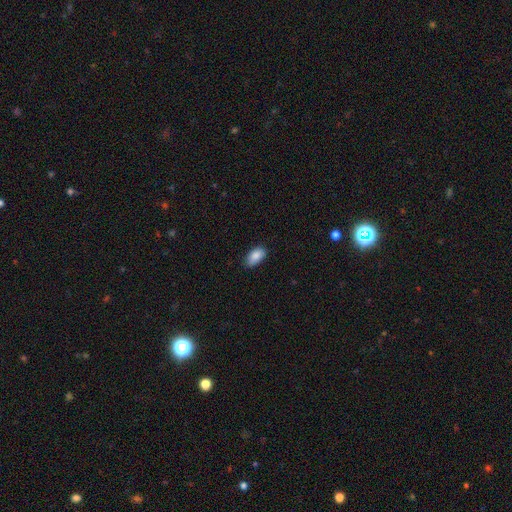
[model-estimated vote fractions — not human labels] The model was most divided on "merging": none: 76%, minor disturbance: 20%, major disturbance: 3%, merger: 1%. More confident: how rounded — in between (93%); smooth or featured — smooth (86%).